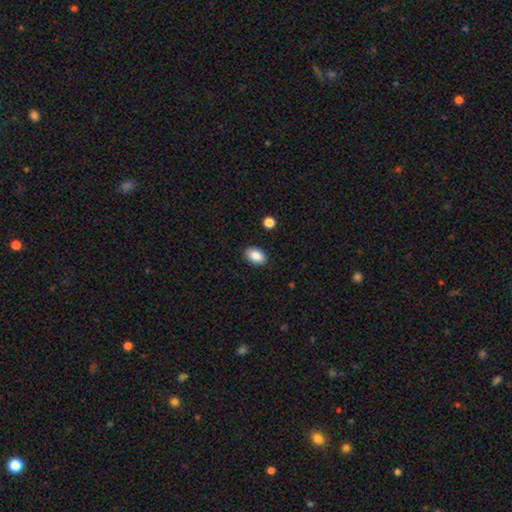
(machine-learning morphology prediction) A smooth galaxy with no disk features (88%) that is in between round and cigar-shaped (87%). Merging: none (88%).